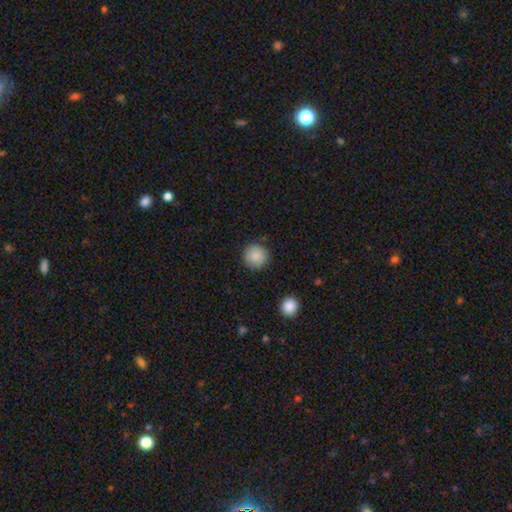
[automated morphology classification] A smooth galaxy with no disk features (88%) that is round (95%). Merging: none (91%).